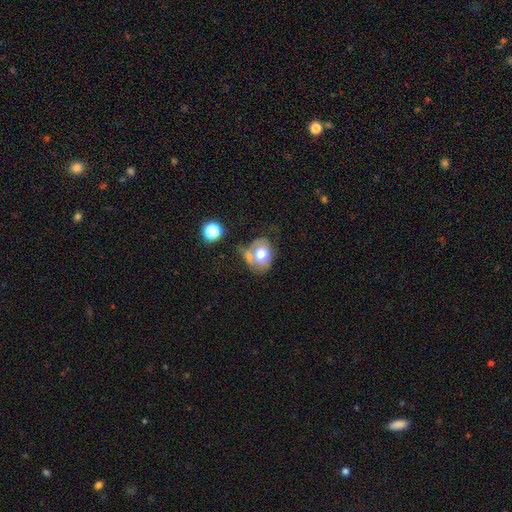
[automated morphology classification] Smooth or featured?
  - smooth: 59% *
  - featured or disk: 25%
  - star or artifact: 16%
How rounded?
  - round: 55% *
  - in between: 44%
  - cigar-shaped: 1%
Merging?
  - none: 41% *
  - merger: 30%
  - minor disturbance: 17%
  - major disturbance: 13%